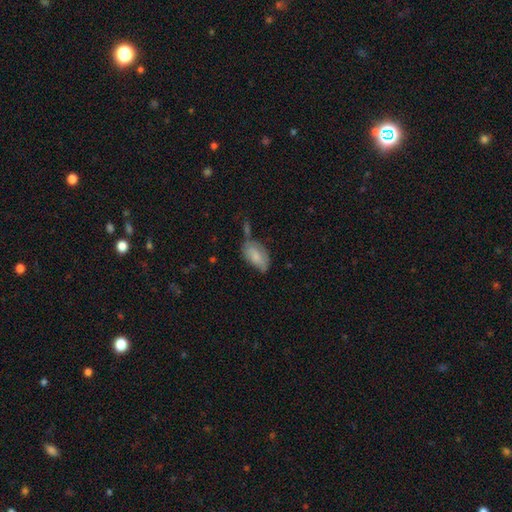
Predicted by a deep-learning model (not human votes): Smooth or featured? Predicted: smooth (p=0.72). How rounded? Predicted: in between (p=0.93). Merging? Predicted: none (p=0.40).